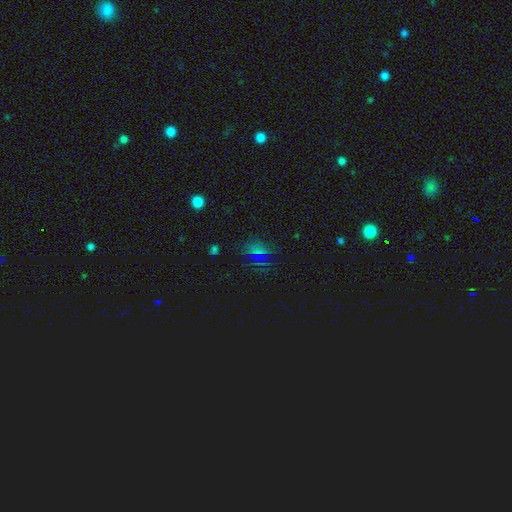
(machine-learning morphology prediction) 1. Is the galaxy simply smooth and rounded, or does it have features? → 54% star or artifact, 35% smooth, 12% featured or disk.